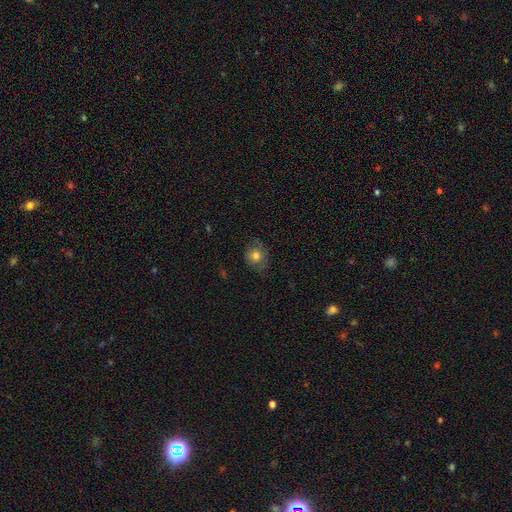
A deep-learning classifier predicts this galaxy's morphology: smooth_or_featured: smooth (p=0.71) [alt: featured or disk p=0.18]
how_rounded: round (p=0.76) [alt: in between p=0.23]
merging: none (p=0.70) [alt: minor disturbance p=0.21]